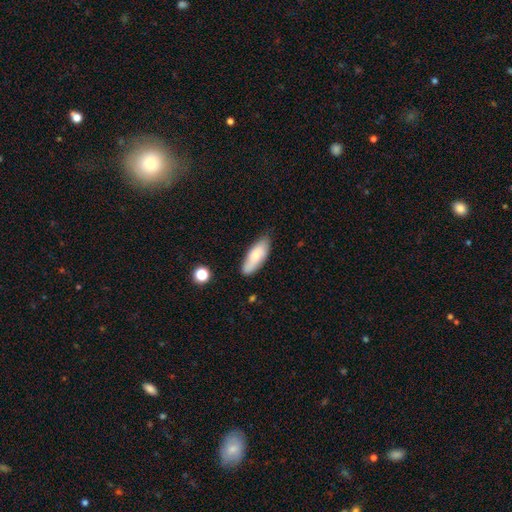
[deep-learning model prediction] This appears to be a smooth galaxy with no disk features (73%) that is in between round and cigar-shaped (71%). Merging: none (76%).